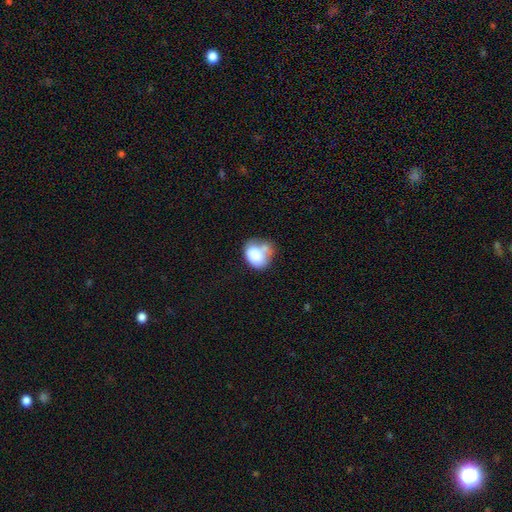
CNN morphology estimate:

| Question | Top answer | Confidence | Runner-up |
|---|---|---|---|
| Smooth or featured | smooth | 76% | featured or disk (16%) |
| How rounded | in between | 63% | round (36%) |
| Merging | merger | 39% | none (29%) |